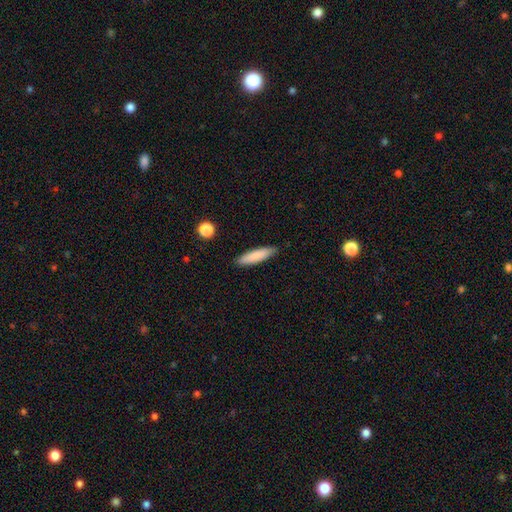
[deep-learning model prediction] Q: Smooth or featured?
A: smooth (85%); runner-up: featured or disk (9%)
Q: How rounded?
A: cigar-shaped (73%); runner-up: in between (26%)
Q: Merging?
A: none (88%); runner-up: minor disturbance (9%)